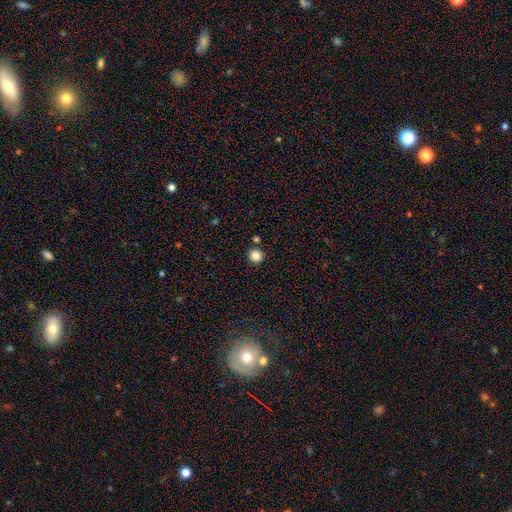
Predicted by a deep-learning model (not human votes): The model was most divided on "smooth or featured": smooth: 85%, star or artifact: 11%, featured or disk: 4%. More confident: how rounded — round (94%); merging — none (89%).